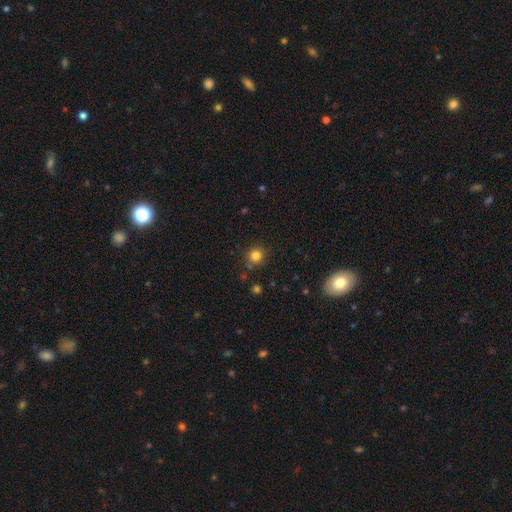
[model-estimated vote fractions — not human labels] This appears to be a smooth galaxy with no disk features (81%) that is round (92%). Merging: none (83%).